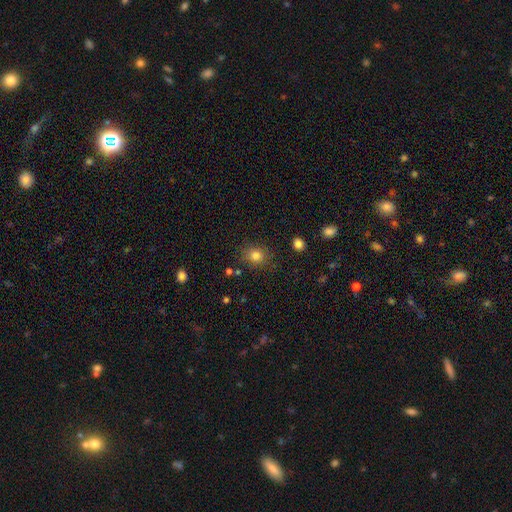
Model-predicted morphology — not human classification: Smooth or featured? Predicted: smooth (p=0.82). How rounded? Predicted: round (p=0.70). Merging? Predicted: none (p=0.83).